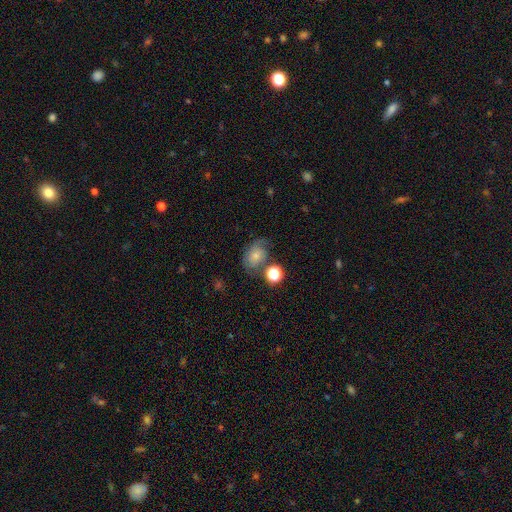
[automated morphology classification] A smooth galaxy with no disk features (46%).

Vote fractions:
- Smooth or featured? smooth: 46% / featured or disk: 41% / star or artifact: 13%
- Merging? none: 50% / minor disturbance: 25% / major disturbance: 16% / merger: 10%